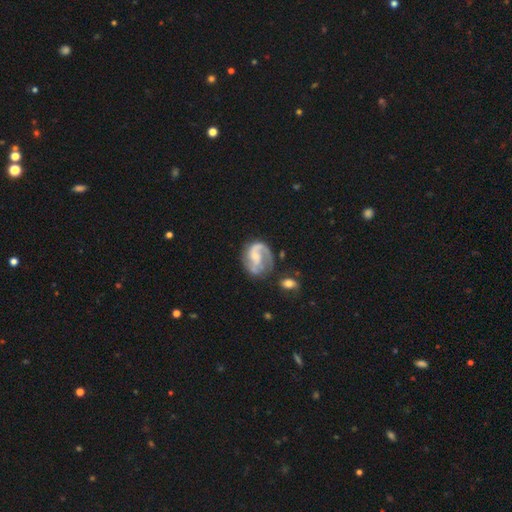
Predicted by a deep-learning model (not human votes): smooth-or-featured: featured or disk: 82% | smooth: 13% | star or artifact: 5%
  disk-edge-on: no: 98% | yes: 2%
    bar: no: 46% | weak: 41% | strong: 13%
    has-spiral-arms: yes: 92% | no: 8%
      spiral-winding: medium: 46% | loose: 35% | tight: 19%
      spiral-arm-count: 2: 73% | 1: 16% | can't tell: 7% | 3: 2% | 4: 1% | more than 4: 1%
    bulge-size: small: 54% | moderate: 33% | none: 9% | large: 3% | dominant: 1%
  merging: none: 56% | minor disturbance: 22% | major disturbance: 16% | merger: 6%